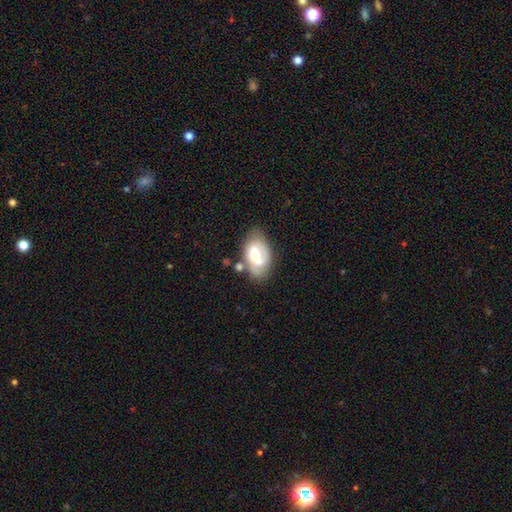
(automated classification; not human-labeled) This is likely a featured or disk galaxy (61%). It is clearly not viewed edge-on (95%). Bar: possibly no (46%). Spiral arm pattern: likely yes (73%). Central bulge: likely moderate (60%). Merging: likely none (60%).